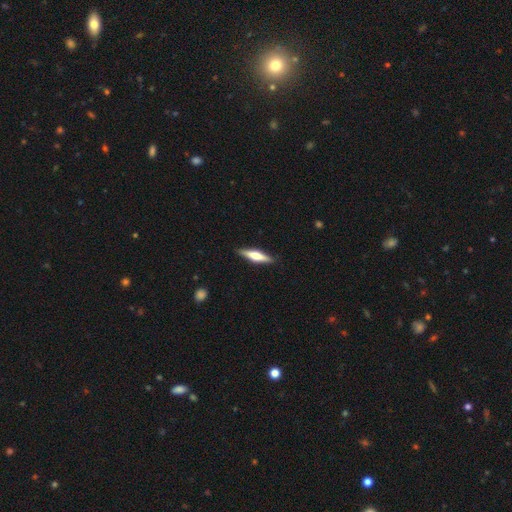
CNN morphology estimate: Smooth or featured?
  - featured or disk: 54% *
  - smooth: 40%
  - star or artifact: 5%
Edge-on disk?
  - yes: 96% *
  - no: 4%
Edge-on bulge?
  - rounded: 83% *
  - boxy: 12%
  - none: 5%
Merging?
  - none: 89% *
  - minor disturbance: 8%
  - major disturbance: 2%
  - merger: 1%